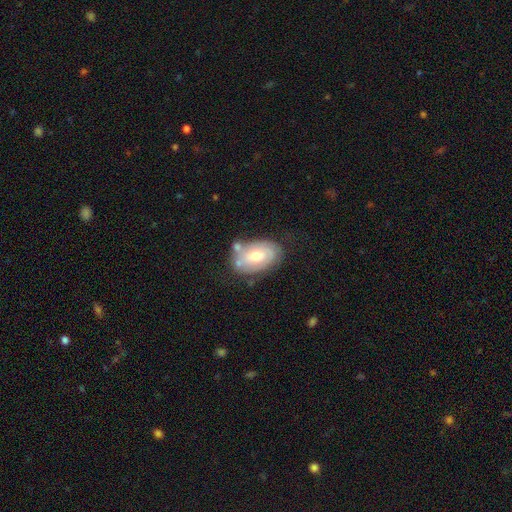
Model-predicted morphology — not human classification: This is possibly a smooth galaxy (48%). Merging: possibly none (60%).